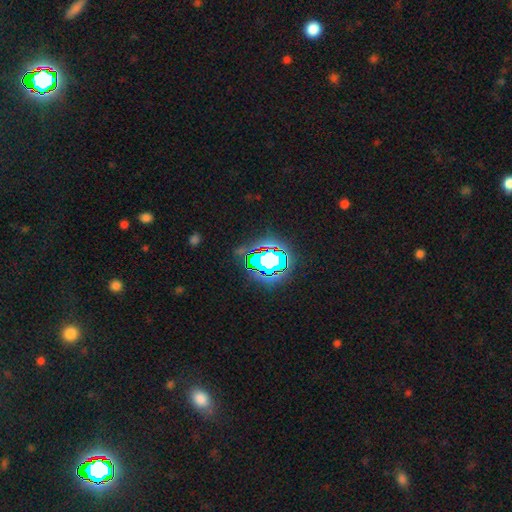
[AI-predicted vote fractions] Smooth or featured: star or artifact — 79% (smooth — 13%)